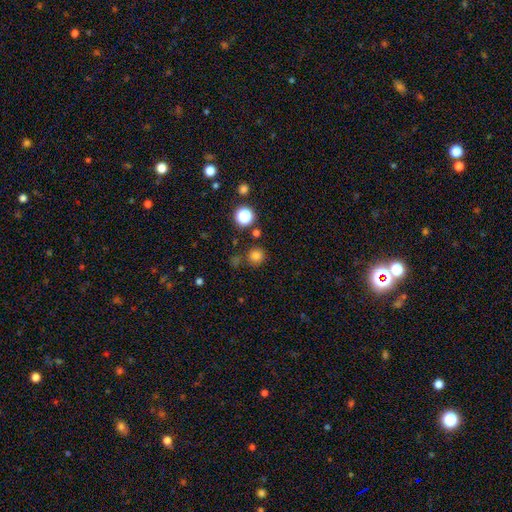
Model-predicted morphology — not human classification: smooth_or_featured: smooth (p=0.77) [alt: star or artifact p=0.18]
how_rounded: round (p=0.92) [alt: in between p=0.07]
merging: none (p=0.81) [alt: minor disturbance p=0.09]